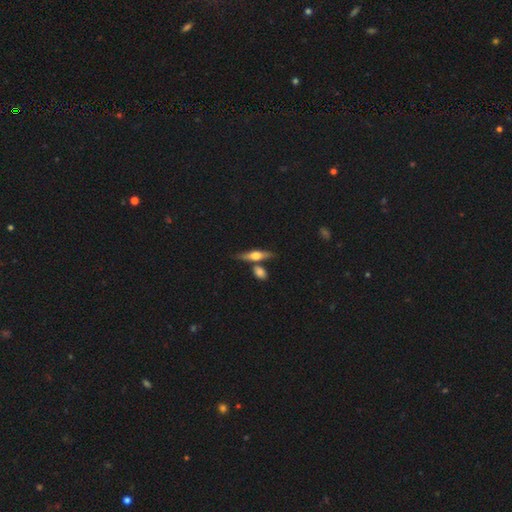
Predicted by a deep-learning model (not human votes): Morphology: type=featured or disk (60%); edge-on=yes (94%); edge-on bulge=rounded (93%); merging=none (70%).